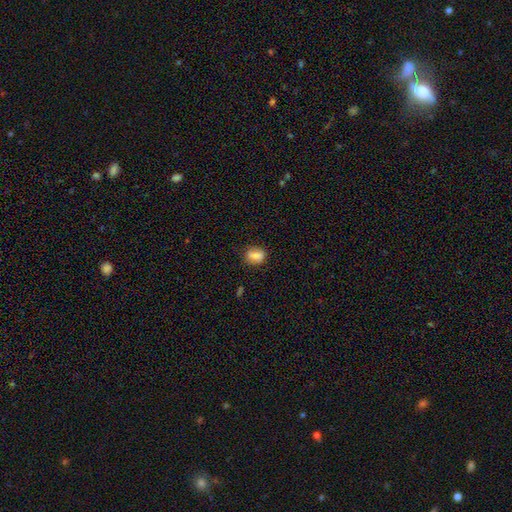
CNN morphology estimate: Smooth or featured? smooth (78%)
How rounded? in between (60%)
Merging? none (75%)